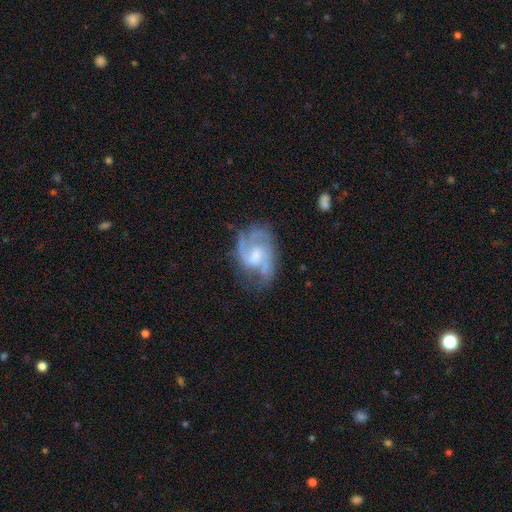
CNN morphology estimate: This appears to be a featured or disk galaxy (84%) with a weak bar (50%), 2 (57%) medium (53%) spiral arms (94%) and a moderate central bulge (44%). Merging: none (57%).